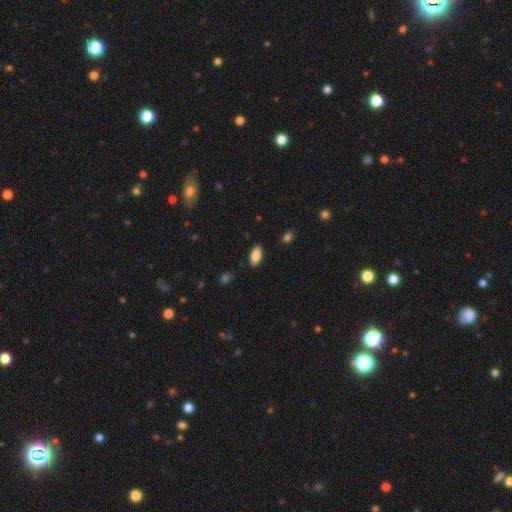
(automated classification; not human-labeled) A smooth galaxy with no disk features (83%) that is in between round and cigar-shaped (93%).

Vote fractions:
- Smooth or featured? smooth: 83% / featured or disk: 10% / star or artifact: 7%
- How rounded? in between: 93% / cigar-shaped: 5% / round: 3%
- Merging? none: 87% / minor disturbance: 9% / major disturbance: 2% / merger: 1%